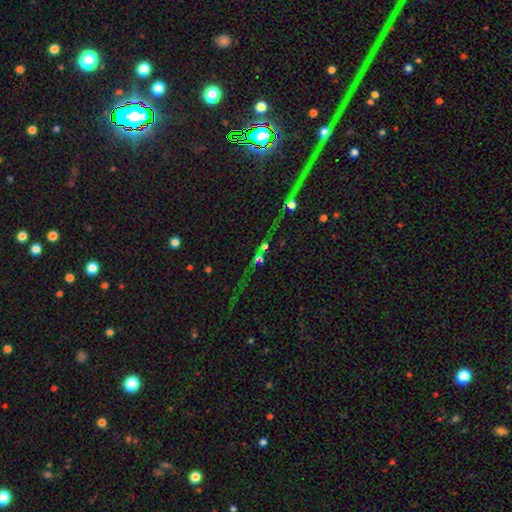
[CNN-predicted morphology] Smooth or featured?
  - star or artifact: 81% *
  - smooth: 10%
  - featured or disk: 9%